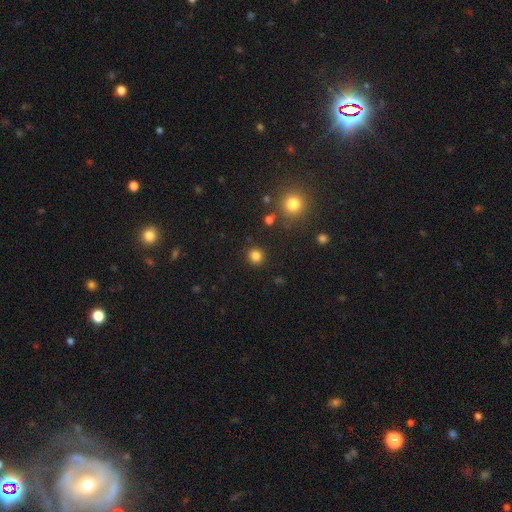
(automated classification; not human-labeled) Smooth or featured? smooth (83%)
How rounded? round (93%)
Merging? none (90%)